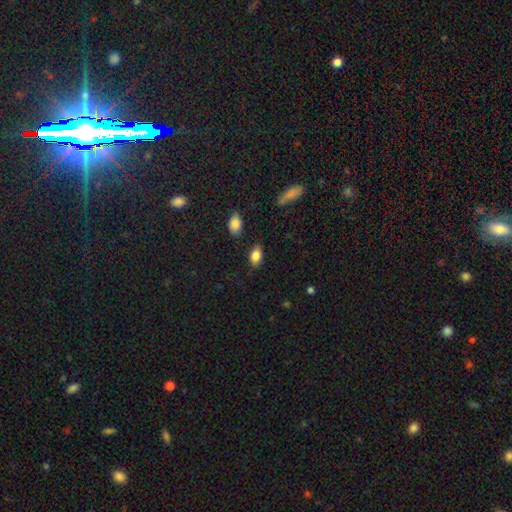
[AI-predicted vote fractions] smooth_or_featured: smooth (p=0.85) [alt: star or artifact p=0.08]
how_rounded: in between (p=0.88) [alt: round p=0.10]
merging: none (p=0.82) [alt: minor disturbance p=0.13]